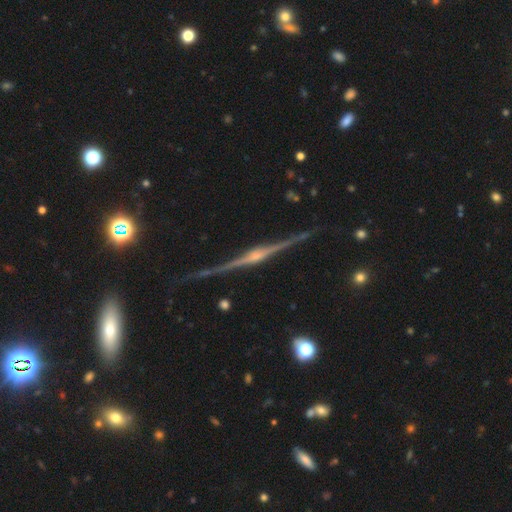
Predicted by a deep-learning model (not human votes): Smooth or featured? Predicted: featured or disk (p=0.90). Edge-on disk? Predicted: yes (p=0.98). Edge-on bulge? Predicted: rounded (p=0.86). Merging? Predicted: none (p=0.88).